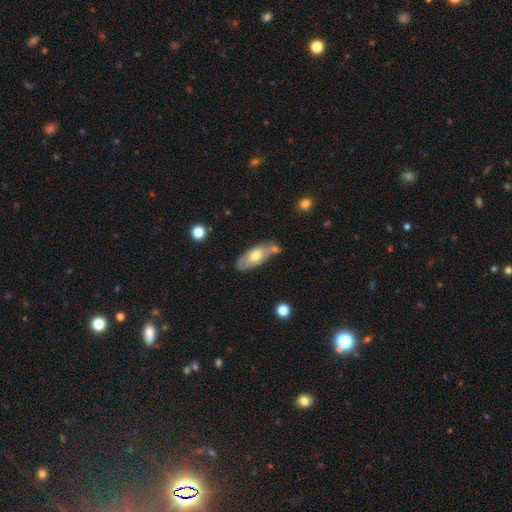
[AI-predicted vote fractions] Overall: smooth (57%; featured or disk 37%). How rounded: in between (81%). Merging: none (59%; minor disturbance 20%).